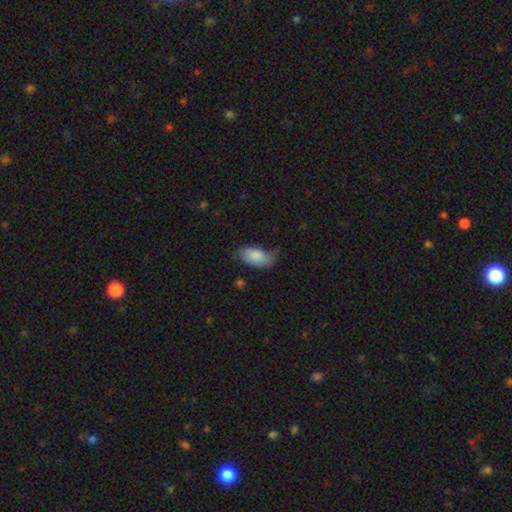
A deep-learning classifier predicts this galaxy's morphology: A smooth galaxy with no disk features (81%) that is in between round and cigar-shaped (94%).

Vote fractions:
- Smooth or featured? smooth: 81% / featured or disk: 13% / star or artifact: 6%
- How rounded? in between: 94% / cigar-shaped: 3% / round: 3%
- Merging? none: 46% / minor disturbance: 38% / major disturbance: 14% / merger: 2%